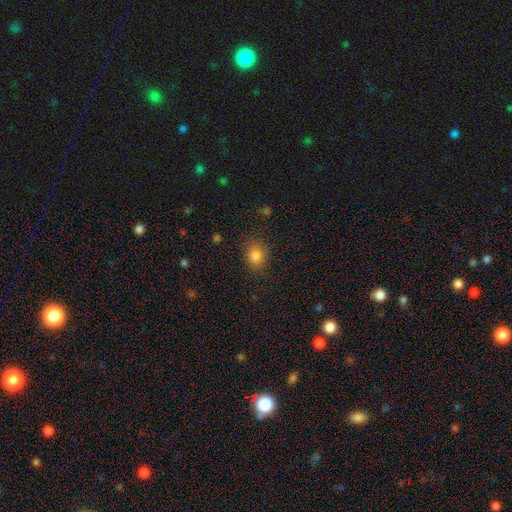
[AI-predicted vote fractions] The model was most divided on "how rounded": round: 74%, in between: 25%, cigar-shaped: 1%. More confident: smooth or featured — smooth (83%); merging — none (82%).